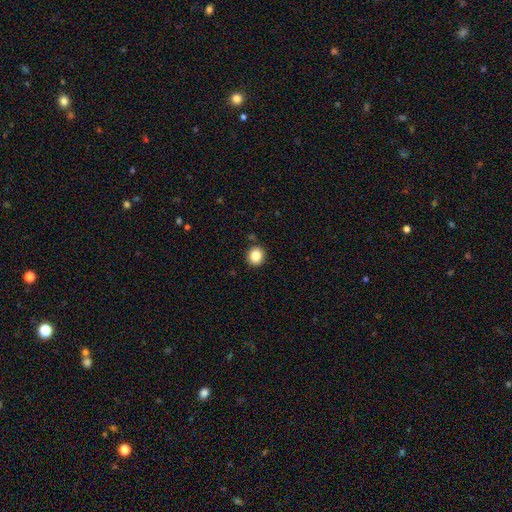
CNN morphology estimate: type=smooth (85%); roundness=round (88%); merging=none (90%).